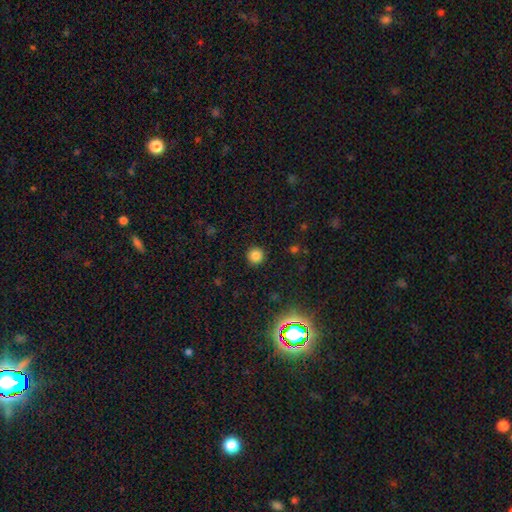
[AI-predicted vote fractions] Smooth or featured? smooth (82%)
How rounded? round (95%)
Merging? none (92%)